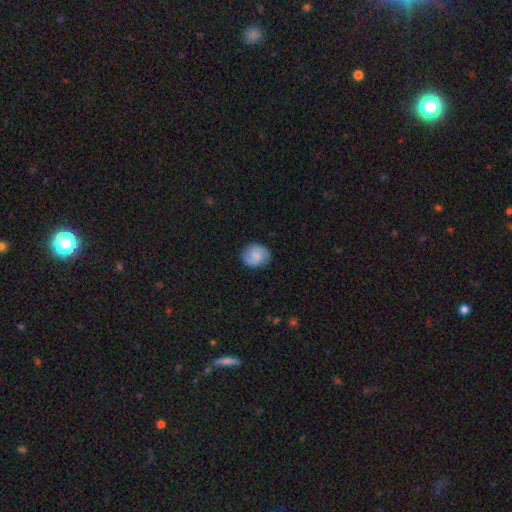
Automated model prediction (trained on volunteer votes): A featured or disk galaxy (54%) with a weak bar (48%), spiral arms (93%) and no central bulge (45%).

Vote fractions:
- Smooth or featured? featured or disk: 54% / smooth: 38% / star or artifact: 7%
- Edge-on disk? no: 98% / yes: 2%
- Bar? weak: 48% / no: 43% / strong: 9%
- Spiral arms? yes: 93% / no: 7%
- Bulge size? none: 45% / small: 31% / moderate: 19% / large: 4% / dominant: 1%
- Merging? none: 85% / minor disturbance: 11% / major disturbance: 3% / merger: 1%